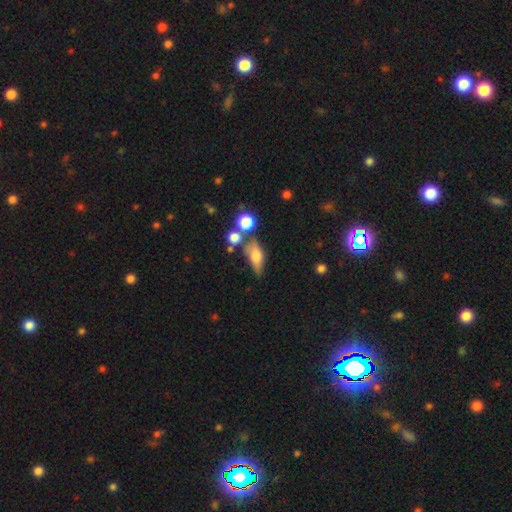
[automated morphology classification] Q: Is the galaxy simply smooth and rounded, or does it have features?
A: smooth — 58%.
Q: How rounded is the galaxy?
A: in between — 70%.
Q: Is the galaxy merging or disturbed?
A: none — 46%.